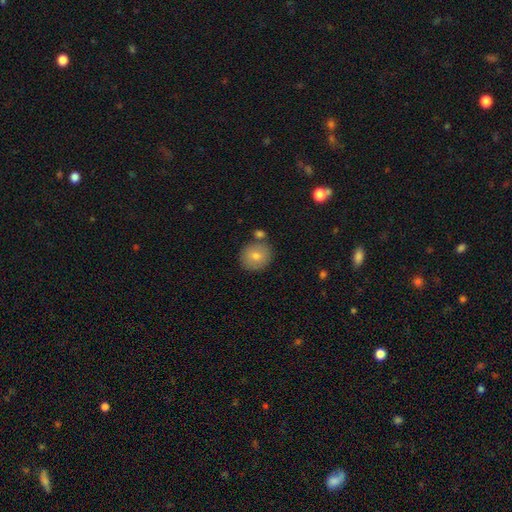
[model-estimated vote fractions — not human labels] Q: Smooth or featured?
A: smooth (76%); runner-up: featured or disk (14%)
Q: How rounded?
A: round (87%); runner-up: in between (12%)
Q: Merging?
A: none (79%); runner-up: minor disturbance (10%)